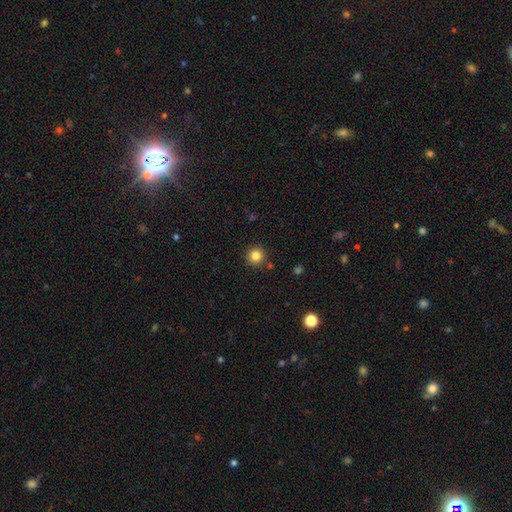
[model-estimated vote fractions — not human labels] smooth 83%, star or artifact 12%, featured or disk 5%. Down the decision tree: how rounded — round (94%); merging — none (88%).